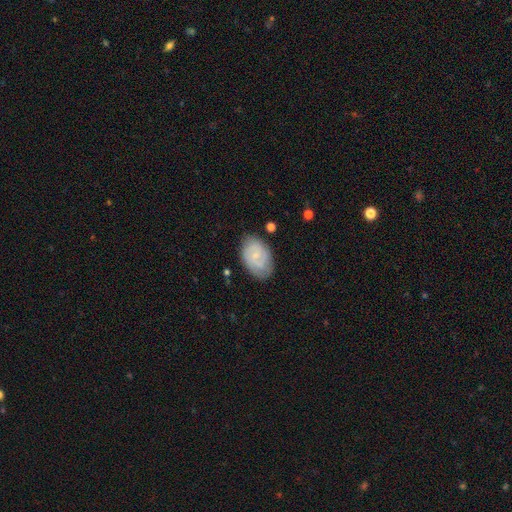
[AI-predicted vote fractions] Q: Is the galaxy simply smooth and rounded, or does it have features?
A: featured or disk — 61%.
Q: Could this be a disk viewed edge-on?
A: no — 97%.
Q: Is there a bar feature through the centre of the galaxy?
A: no — 61%.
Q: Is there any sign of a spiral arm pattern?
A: yes — 88%.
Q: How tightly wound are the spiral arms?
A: tight — 55%.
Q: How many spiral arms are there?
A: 2 — 47%.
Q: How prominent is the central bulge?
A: small — 75%.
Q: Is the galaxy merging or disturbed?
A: none — 77%.